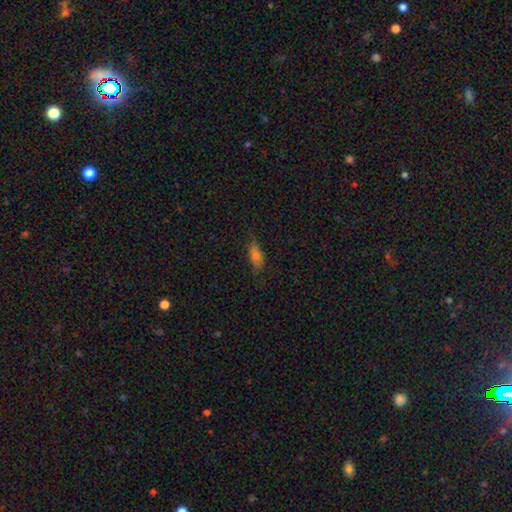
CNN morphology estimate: Smooth or featured? Predicted: smooth (p=0.62). How rounded? Predicted: in between (p=0.65). Merging? Predicted: none (p=0.71).